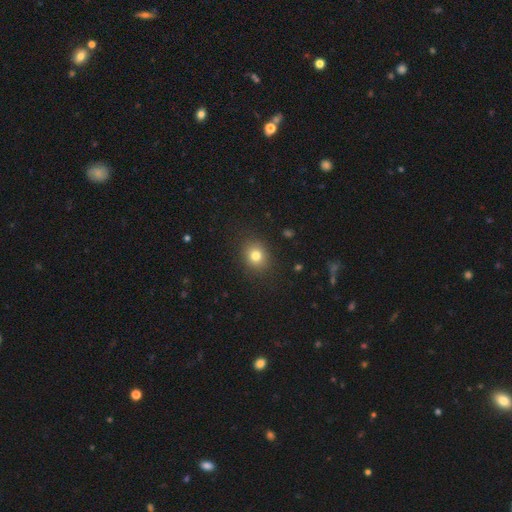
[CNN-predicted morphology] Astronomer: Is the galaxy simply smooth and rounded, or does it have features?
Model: smooth — 79%.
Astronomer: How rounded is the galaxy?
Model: round — 70%.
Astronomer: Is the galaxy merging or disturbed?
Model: none — 88%.